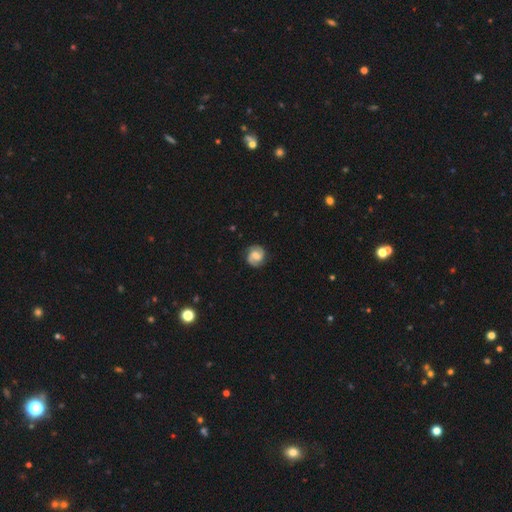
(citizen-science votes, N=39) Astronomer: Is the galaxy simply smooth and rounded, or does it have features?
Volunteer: featured or disk — 62%.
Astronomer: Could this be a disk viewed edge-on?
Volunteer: no — 100%.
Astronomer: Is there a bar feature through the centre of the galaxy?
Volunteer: weak — 58%.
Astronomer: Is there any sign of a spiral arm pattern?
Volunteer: yes — 100%.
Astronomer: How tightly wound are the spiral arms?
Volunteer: medium — 54%.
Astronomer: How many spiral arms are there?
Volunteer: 2 — 100%.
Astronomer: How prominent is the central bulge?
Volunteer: moderate — 46% (runner-up: small, 29%).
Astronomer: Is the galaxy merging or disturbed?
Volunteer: none — 89%.